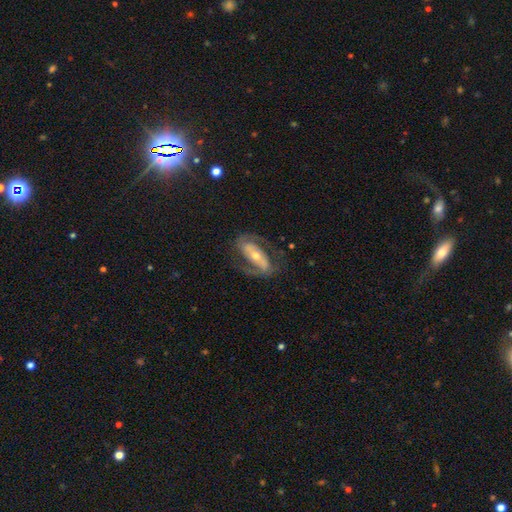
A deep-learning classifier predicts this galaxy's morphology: Smooth or featured? featured or disk (81%)
Edge-on disk? no (91%)
Bar? strong (51%)
Spiral arms? yes (87%)
Spiral winding? medium (48%)
Spiral arm count? 2 (87%)
Bulge size? moderate (48%)
Merging? none (72%)